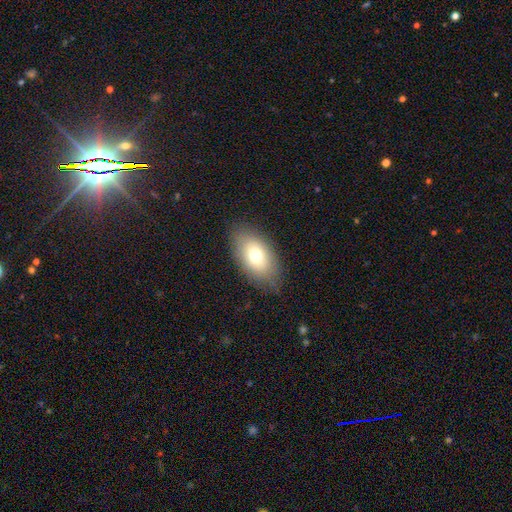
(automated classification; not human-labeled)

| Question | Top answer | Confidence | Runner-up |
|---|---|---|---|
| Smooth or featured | smooth | 71% | featured or disk (20%) |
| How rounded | in between | 91% | round (7%) |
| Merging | none | 81% | minor disturbance (13%) |